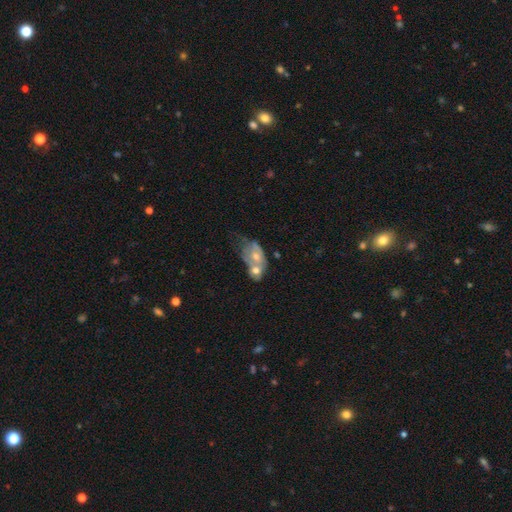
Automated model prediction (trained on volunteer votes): Morphology: type=featured or disk (53%); edge-on=no (95%); bar=no (83%); spiral arms=no (70%); bulge=moderate (60%); merging=merger (62%).